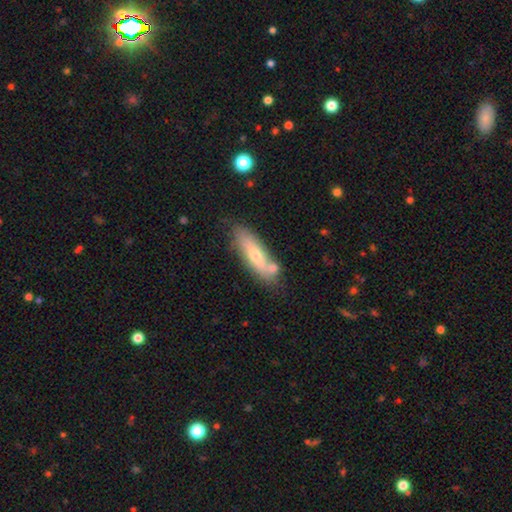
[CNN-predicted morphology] Q: Smooth or featured?
A: smooth (56%); runner-up: featured or disk (37%)
Q: How rounded?
A: cigar-shaped (63%); runner-up: in between (35%)
Q: Merging?
A: none (68%); runner-up: minor disturbance (16%)